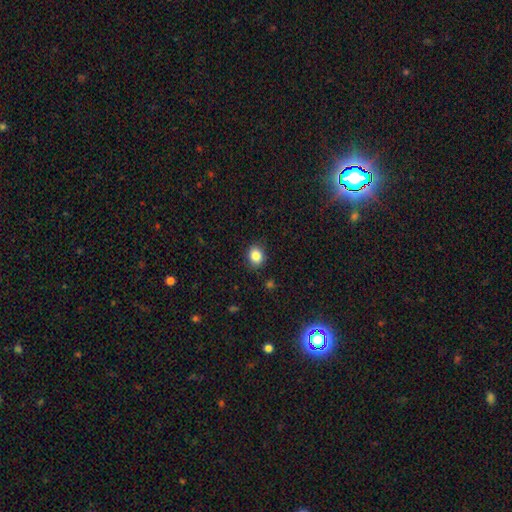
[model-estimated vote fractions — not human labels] smooth_or_featured: smooth (p=0.85) [alt: star or artifact p=0.10]
how_rounded: round (p=0.62) [alt: in between p=0.37]
merging: none (p=0.86) [alt: minor disturbance p=0.10]